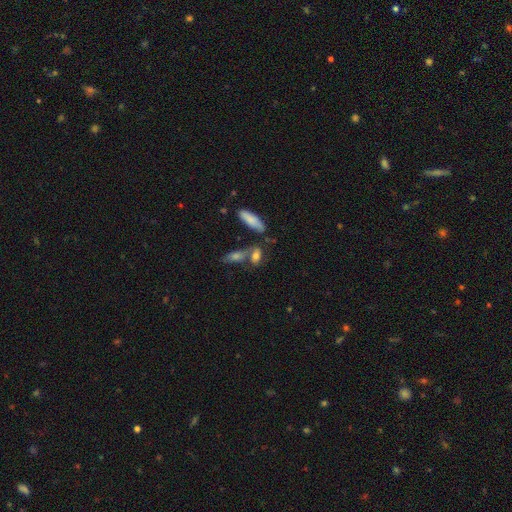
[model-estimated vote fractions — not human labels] A smooth galaxy with no disk features (66%) that is in between round and cigar-shaped (70%). Merging: none (47%).